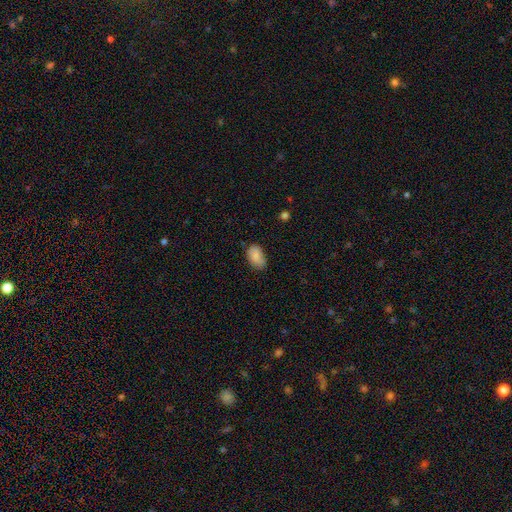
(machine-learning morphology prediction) The model was most divided on "merging": none: 67%, minor disturbance: 27%, major disturbance: 5%, merger: 2%. More confident: how rounded — in between (91%); smooth or featured — smooth (82%).